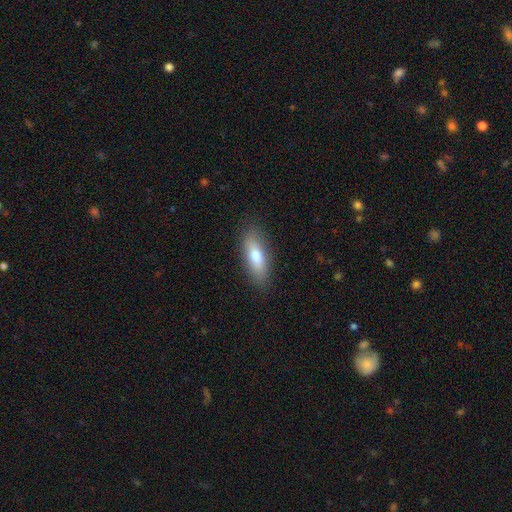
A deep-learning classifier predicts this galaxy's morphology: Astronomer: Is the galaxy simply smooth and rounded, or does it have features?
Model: smooth — 74%.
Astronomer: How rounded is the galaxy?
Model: in between — 63%.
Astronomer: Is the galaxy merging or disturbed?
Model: none — 85%.